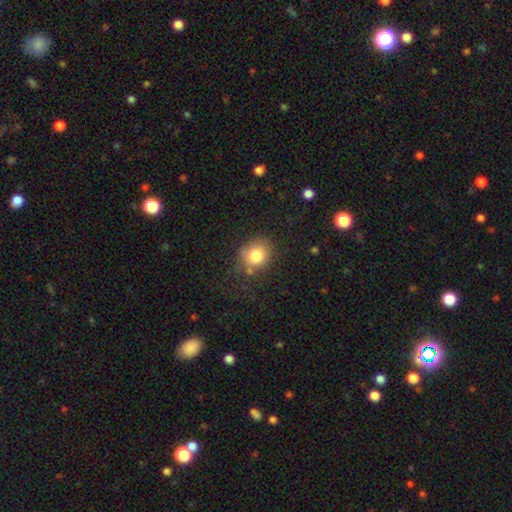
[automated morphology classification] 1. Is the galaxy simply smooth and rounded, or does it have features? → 81% smooth, 10% star or artifact, 9% featured or disk.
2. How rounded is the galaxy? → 72% round, 27% in between, 1% cigar-shaped.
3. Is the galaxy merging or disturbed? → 68% none, 20% minor disturbance, 7% major disturbance, 5% merger.